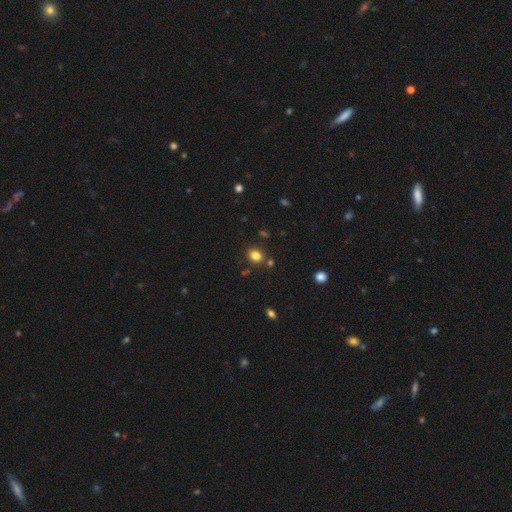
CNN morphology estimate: Smooth or featured: smooth — 80% (star or artifact — 14%)
How rounded: round — 64% (in between — 35%)
Merging: none — 82% (minor disturbance — 9%)